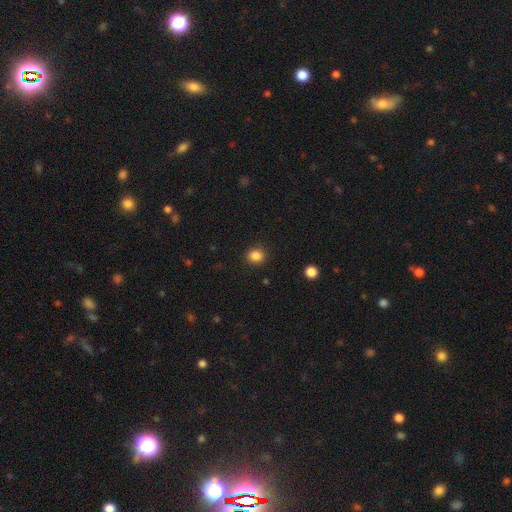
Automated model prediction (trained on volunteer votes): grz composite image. It shows a smooth galaxy with no disk features (86%) that is round (65%). Merging: none (88%).